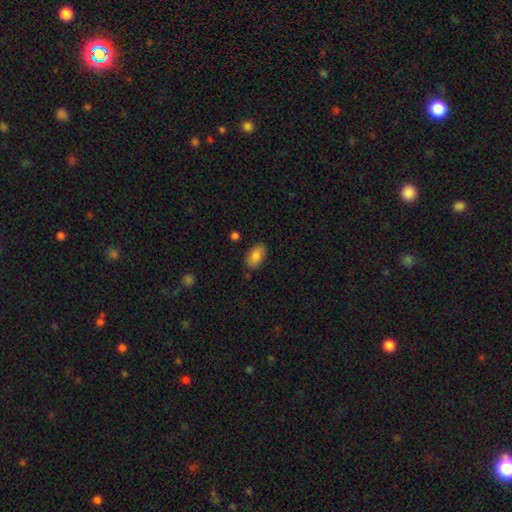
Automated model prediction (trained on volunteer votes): A smooth galaxy with no disk features (85%) that is in between round and cigar-shaped (93%). Merging: none (85%).